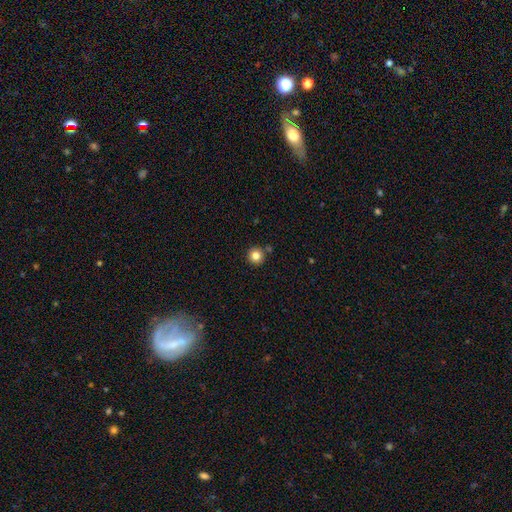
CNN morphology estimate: smooth-or-featured: smooth: 82% | star or artifact: 12% | featured or disk: 6%
  how-rounded: round: 95% | in between: 4% | cigar-shaped: 1%
  merging: none: 87% | minor disturbance: 6% | merger: 5% | major disturbance: 2%